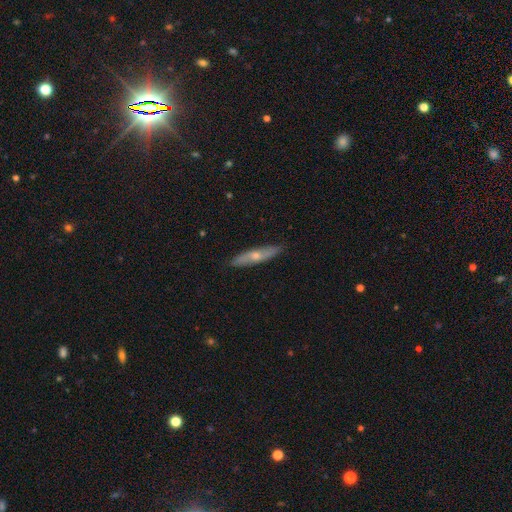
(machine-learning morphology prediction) This appears to be a featured or disk galaxy (48%). Merging: none (88%).